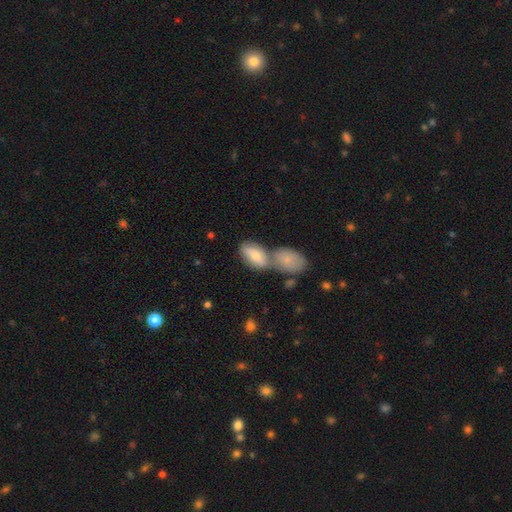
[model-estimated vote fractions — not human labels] smooth-or-featured: smooth: 68% | featured or disk: 25% | star or artifact: 7%
  how-rounded: in between: 88% | cigar-shaped: 6% | round: 6%
  merging: merger: 58% | none: 30% | minor disturbance: 9% | major disturbance: 4%